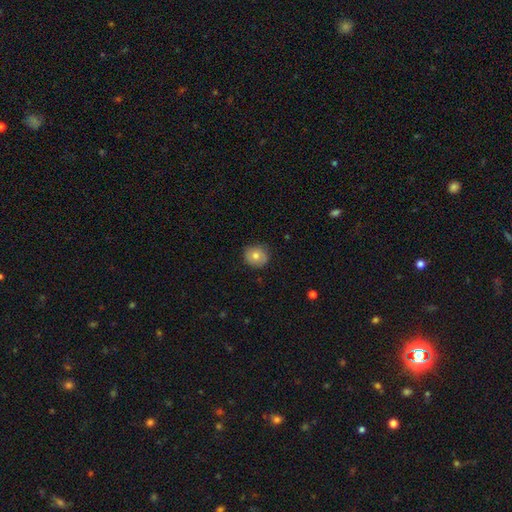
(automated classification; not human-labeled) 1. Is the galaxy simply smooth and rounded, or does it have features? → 71% smooth, 20% featured or disk, 8% star or artifact.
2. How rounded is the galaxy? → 82% round, 17% in between, 1% cigar-shaped.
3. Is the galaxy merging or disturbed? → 78% none, 18% minor disturbance, 3% major disturbance, 1% merger.